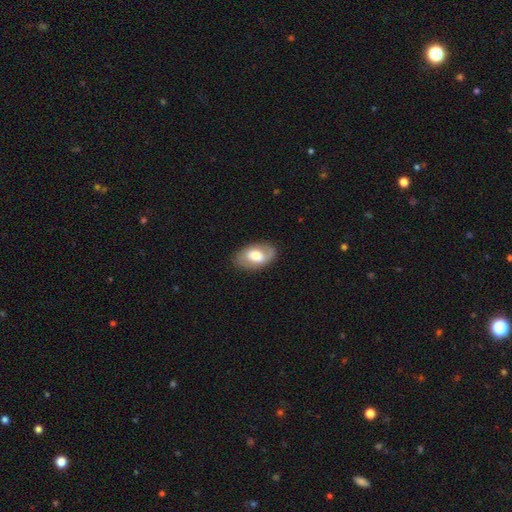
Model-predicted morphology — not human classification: A smooth galaxy with no disk features (51%) that is in between round and cigar-shaped (90%).

Vote fractions:
- Smooth or featured? smooth: 51% / featured or disk: 42% / star or artifact: 7%
- How rounded? in between: 90% / round: 8% / cigar-shaped: 2%
- Merging? none: 78% / minor disturbance: 15% / major disturbance: 5% / merger: 1%